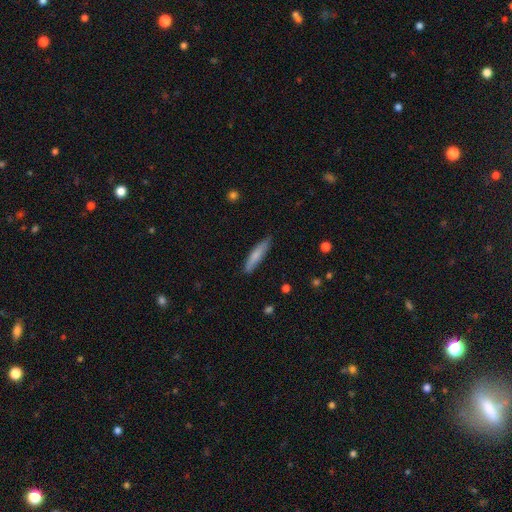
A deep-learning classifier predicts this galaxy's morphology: This is likely a smooth galaxy (74%). How rounded: clearly cigar-shaped (84%). Merging: likely none (79%).